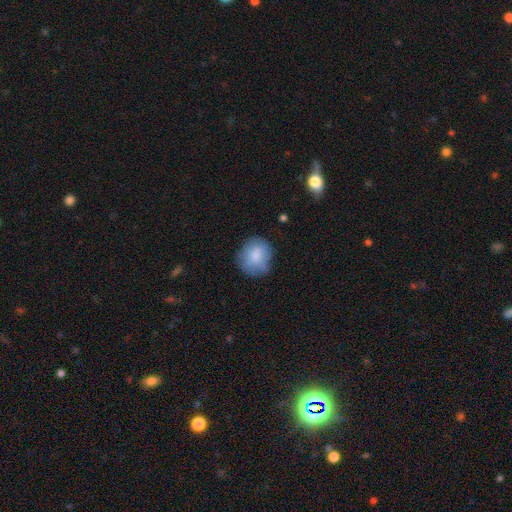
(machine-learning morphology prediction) A smooth galaxy with no disk features (81%) that is round (77%).

Vote fractions:
- Smooth or featured? smooth: 81% / featured or disk: 12% / star or artifact: 7%
- How rounded? round: 77% / in between: 22% / cigar-shaped: 1%
- Merging? none: 69% / minor disturbance: 23% / major disturbance: 6% / merger: 2%